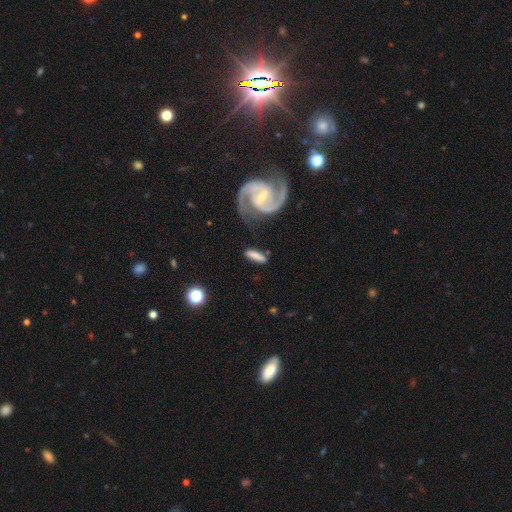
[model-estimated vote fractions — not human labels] The model was most divided on "how rounded": cigar-shaped: 57%, in between: 39%, round: 4%. More confident: merging — none (70%); smooth or featured — smooth (56%).